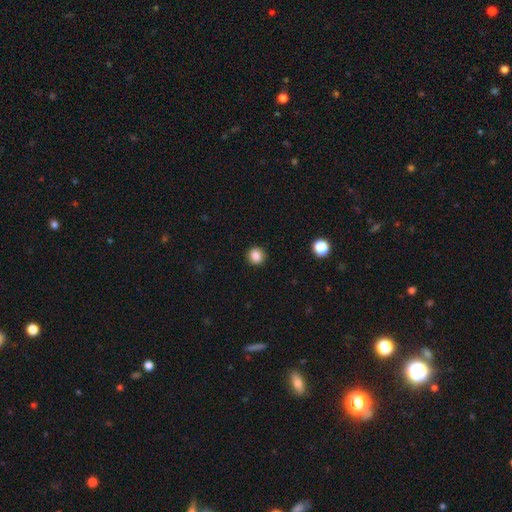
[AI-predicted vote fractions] This appears to be a smooth galaxy with no disk features (85%) that is round (90%). Merging: none (92%).